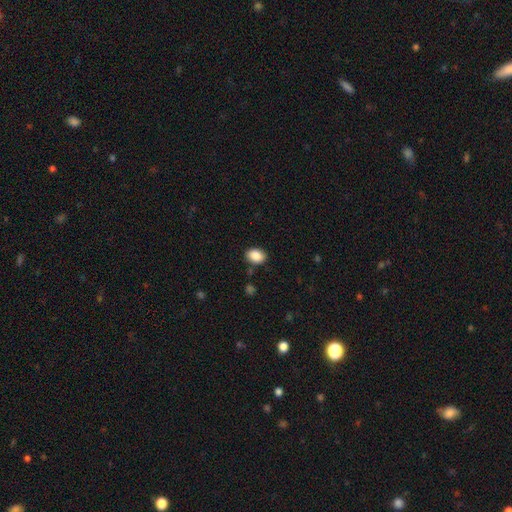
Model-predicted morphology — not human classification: Smooth or featured? Predicted: smooth (p=0.88). How rounded? Predicted: in between (p=0.74). Merging? Predicted: none (p=0.84).